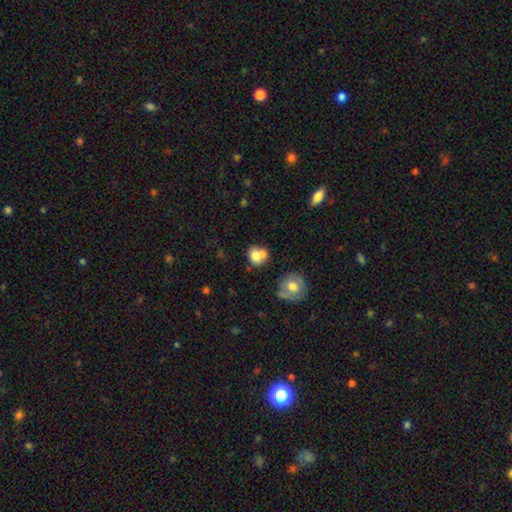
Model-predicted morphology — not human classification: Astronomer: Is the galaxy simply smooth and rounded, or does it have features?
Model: smooth — 75%.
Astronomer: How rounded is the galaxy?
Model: round — 73%.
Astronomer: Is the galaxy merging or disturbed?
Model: none — 42% (runner-up: merger, 38%).